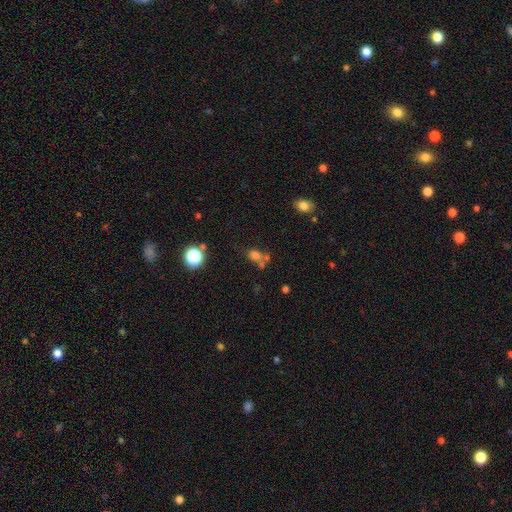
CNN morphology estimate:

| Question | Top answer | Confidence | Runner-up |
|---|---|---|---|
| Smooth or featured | smooth | 67% | star or artifact (22%) |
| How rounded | round | 56% | in between (42%) |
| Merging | none | 45% | merger (37%) |